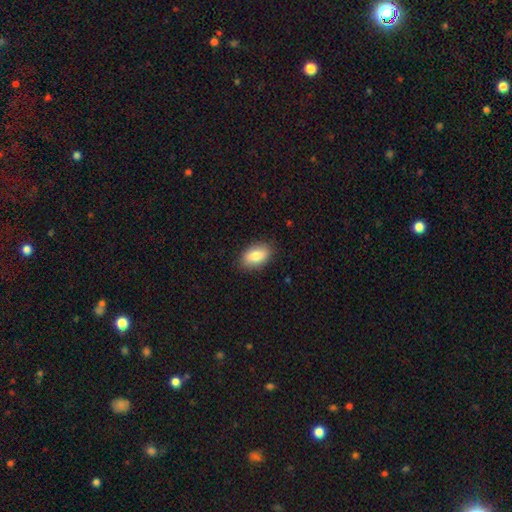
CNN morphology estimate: Smooth or featured?
  - smooth: 83% *
  - featured or disk: 10%
  - star or artifact: 7%
How rounded?
  - in between: 91% *
  - round: 6%
  - cigar-shaped: 2%
Merging?
  - none: 86% *
  - minor disturbance: 10%
  - major disturbance: 2%
  - merger: 1%